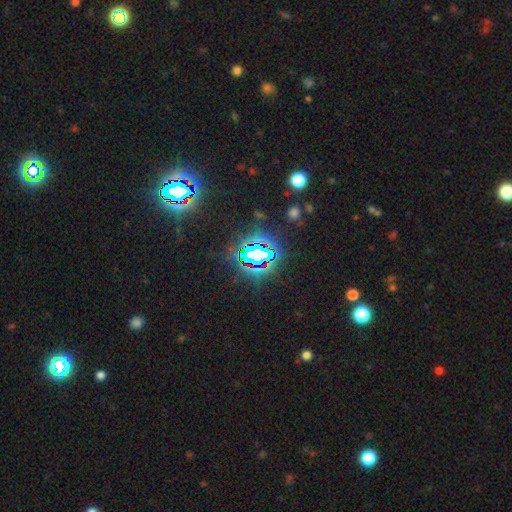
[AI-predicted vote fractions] smooth_or_featured: star or artifact (p=0.77) [alt: smooth p=0.12]